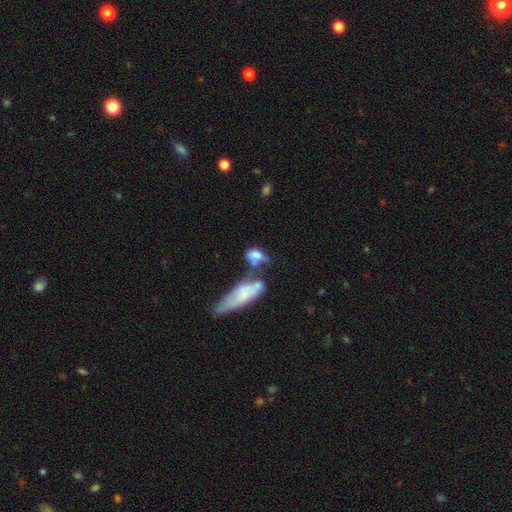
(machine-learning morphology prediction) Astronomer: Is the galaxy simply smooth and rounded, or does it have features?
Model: smooth — 60%.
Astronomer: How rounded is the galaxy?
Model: in between — 76%.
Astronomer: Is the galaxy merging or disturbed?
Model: merger — 46% (runner-up: none, 21%).